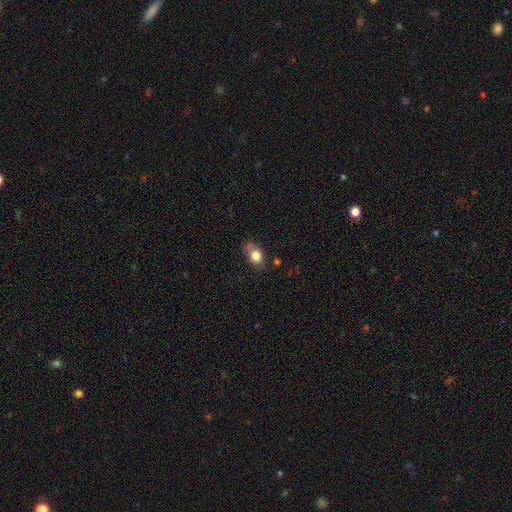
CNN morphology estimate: The model was most divided on "merging": none: 55%, minor disturbance: 30%, major disturbance: 9%, merger: 7%. More confident: smooth or featured — smooth (80%); how rounded — in between (67%).